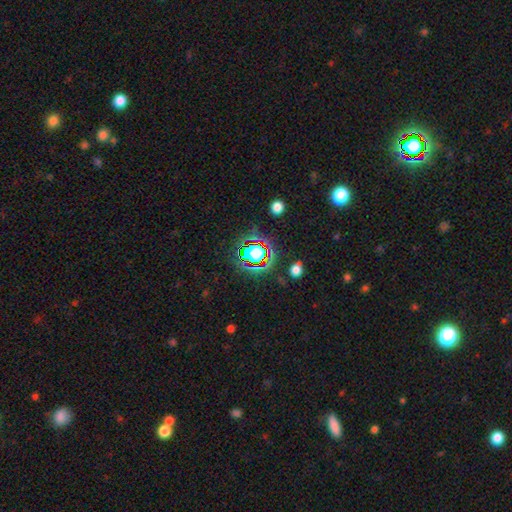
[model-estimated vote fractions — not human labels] Smooth or featured? star or artifact (59%)